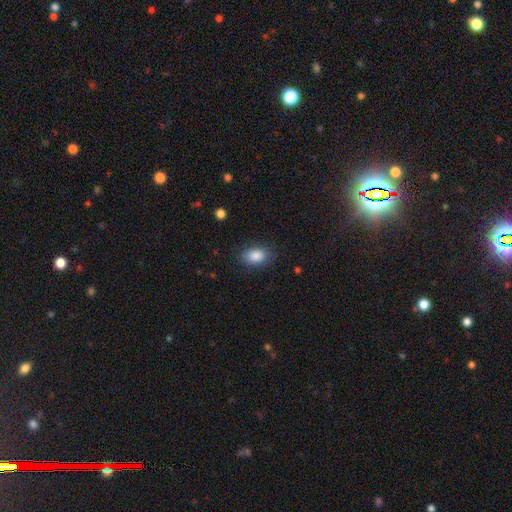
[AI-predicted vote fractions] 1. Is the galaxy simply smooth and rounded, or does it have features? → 86% smooth, 8% star or artifact, 6% featured or disk.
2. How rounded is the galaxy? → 86% in between, 13% round, 2% cigar-shaped.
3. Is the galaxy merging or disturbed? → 82% none, 13% minor disturbance, 4% major disturbance, 1% merger.